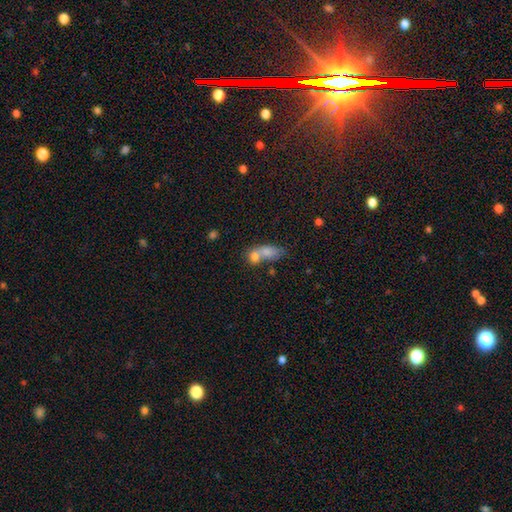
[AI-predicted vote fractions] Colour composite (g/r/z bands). It shows a smooth galaxy with no disk features (73%) that is in between round and cigar-shaped (65%). Merging: merger (63%).